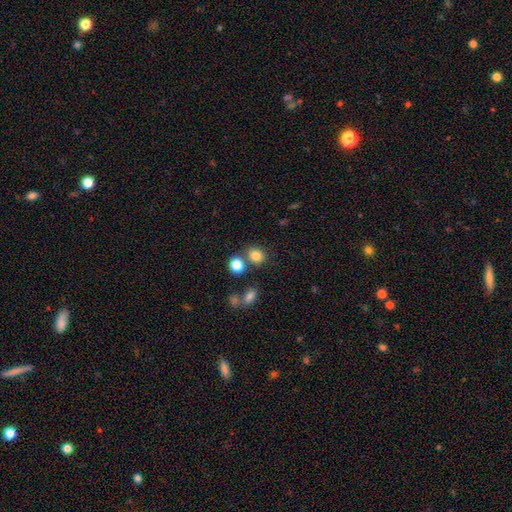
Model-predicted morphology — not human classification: The model was most divided on "how rounded": round: 70%, in between: 29%, cigar-shaped: 1%. More confident: smooth or featured — smooth (82%); merging — none (70%).